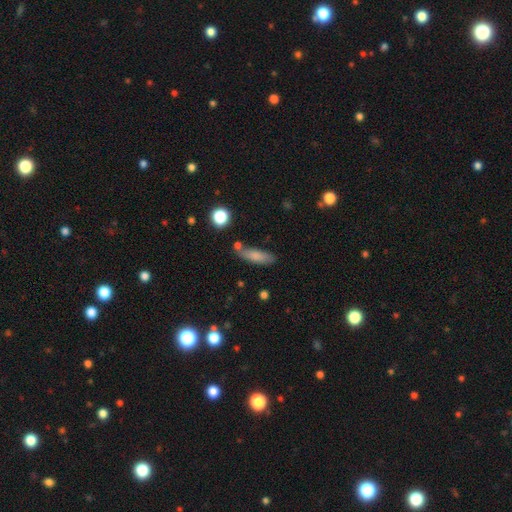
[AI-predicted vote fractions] smooth_or_featured: smooth (p=0.77) [alt: featured or disk p=0.15]
how_rounded: cigar-shaped (p=0.50) [alt: in between p=0.47]
merging: none (p=0.67) [alt: minor disturbance p=0.18]